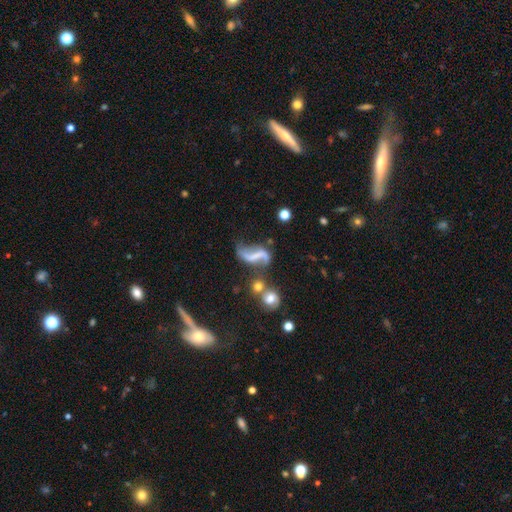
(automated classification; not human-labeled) Smooth or featured?
  - featured or disk: 79% *
  - smooth: 12%
  - star or artifact: 9%
Edge-on disk?
  - no: 96% *
  - yes: 4%
Bar?
  - strong: 39% *
  - weak: 35%
  - no: 26%
Spiral arms?
  - yes: 89% *
  - no: 11%
Spiral winding?
  - loose: 89% *
  - medium: 9%
  - tight: 3%
Spiral arm count?
  - 2: 89% *
  - 1: 6%
  - can't tell: 3%
  - 3: 1%
  - 4: 1%
  - more than 4: 1%
Bulge size?
  - none: 61% *
  - small: 24%
  - moderate: 11%
  - large: 3%
  - dominant: 2%
Merging?
  - none: 46% *
  - merger: 20%
  - minor disturbance: 18%
  - major disturbance: 16%